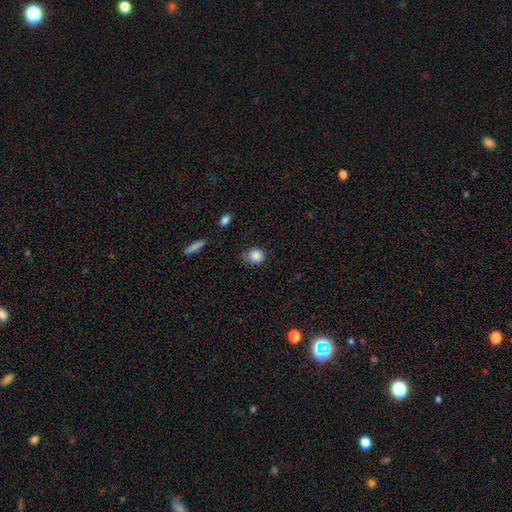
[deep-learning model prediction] smooth 86%, star or artifact 9%, featured or disk 5%. Down the decision tree: how rounded — round (73%); merging — none (70%).